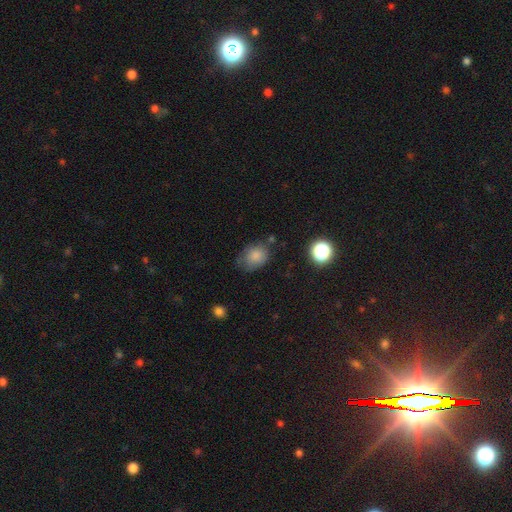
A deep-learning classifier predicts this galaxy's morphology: smooth-or-featured: smooth: 81% | star or artifact: 10% | featured or disk: 8%
  how-rounded: in between: 54% | round: 45% | cigar-shaped: 1%
  merging: none: 58% | minor disturbance: 29% | major disturbance: 9% | merger: 4%